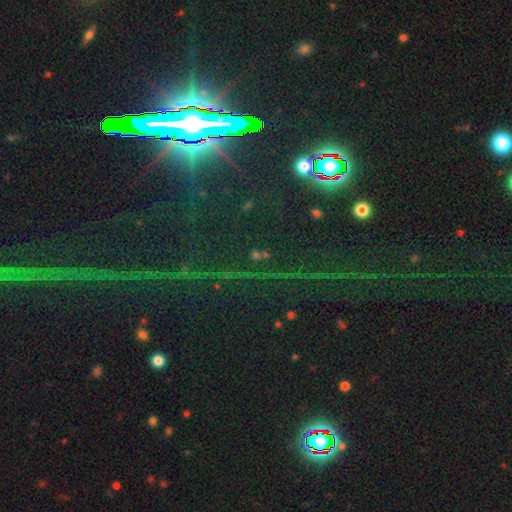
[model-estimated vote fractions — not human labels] smooth_or_featured: star or artifact (p=0.81) [alt: smooth p=0.10]